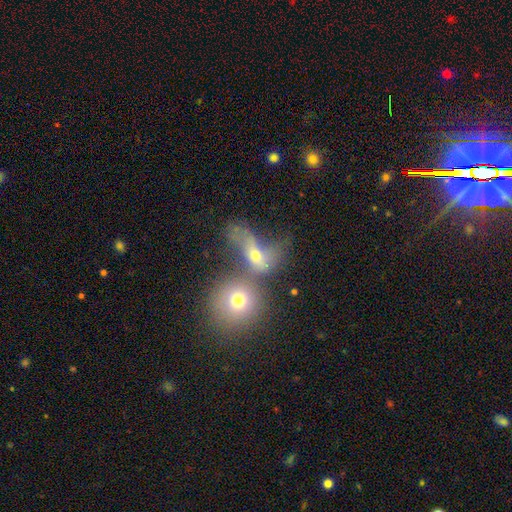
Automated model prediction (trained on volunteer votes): This is possibly a smooth galaxy (50%). How rounded: possibly in between (48%). Merging: likely merger (62%).